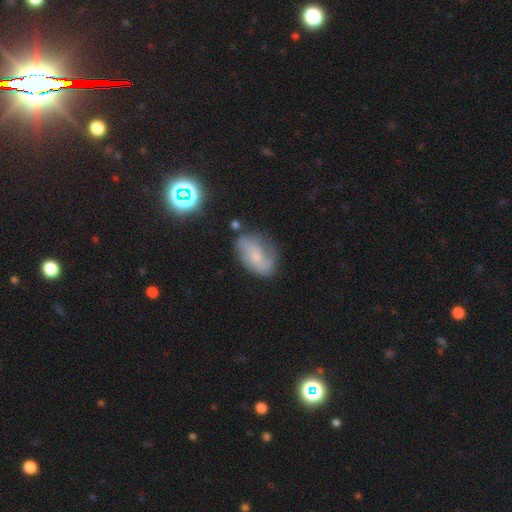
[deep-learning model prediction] Q: Smooth or featured?
A: featured or disk (57%); runner-up: smooth (32%)
Q: Edge-on disk?
A: no (96%); runner-up: yes (4%)
Q: Bar?
A: no (59%); runner-up: weak (33%)
Q: Spiral arms?
A: yes (86%); runner-up: no (14%)
Q: Bulge size?
A: small (56%); runner-up: moderate (24%)
Q: Merging?
A: none (59%); runner-up: minor disturbance (26%)